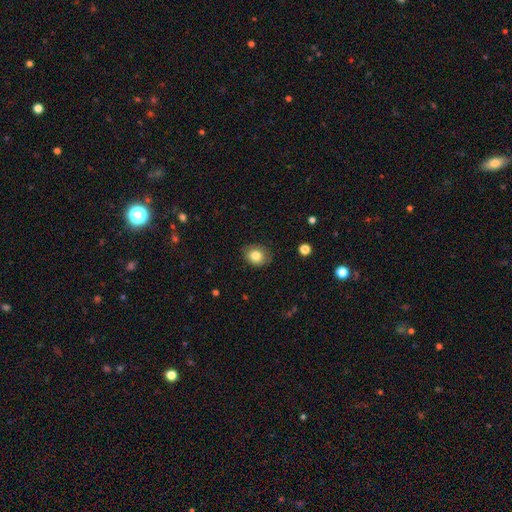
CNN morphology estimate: type=smooth (82%); roundness=round (51%); merging=none (79%).